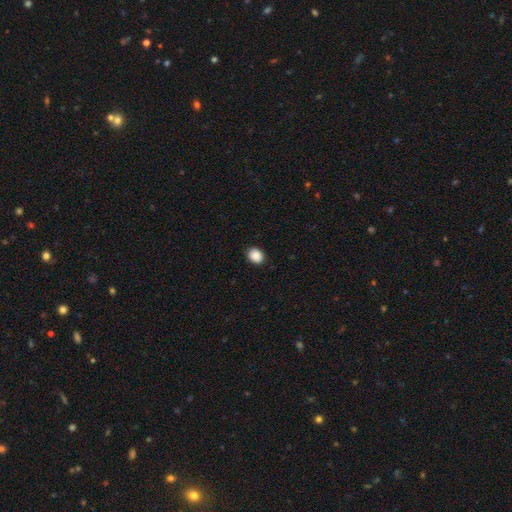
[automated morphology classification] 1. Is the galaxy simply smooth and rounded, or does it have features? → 88% smooth, 8% star or artifact, 3% featured or disk.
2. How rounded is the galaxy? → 61% round, 38% in between, 1% cigar-shaped.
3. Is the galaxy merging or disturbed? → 90% none, 7% minor disturbance, 2% major disturbance, 1% merger.